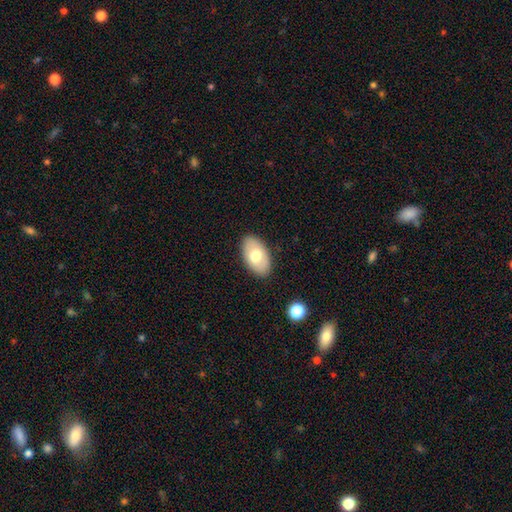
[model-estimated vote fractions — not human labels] Smooth or featured? Predicted: smooth (p=0.68). How rounded? Predicted: in between (p=0.94). Merging? Predicted: none (p=0.87).